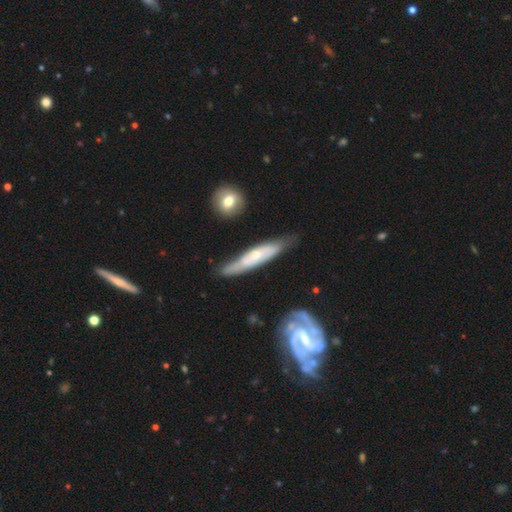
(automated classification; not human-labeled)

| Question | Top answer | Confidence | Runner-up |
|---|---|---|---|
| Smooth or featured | featured or disk | 63% | smooth (31%) |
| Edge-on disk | no | 52% | yes (48%) |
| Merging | none | 66% | minor disturbance (22%) |